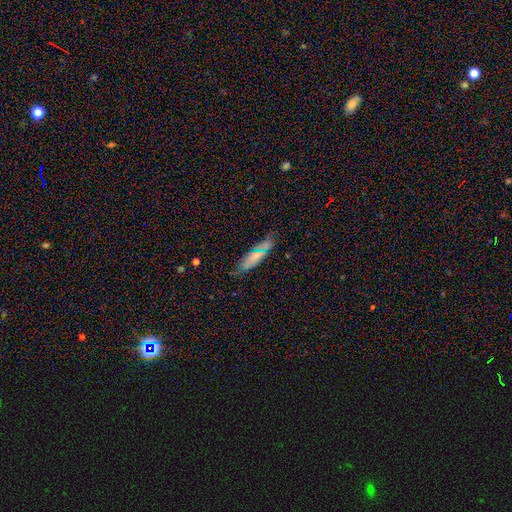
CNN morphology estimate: smooth-or-featured: smooth: 63% | featured or disk: 25% | star or artifact: 12%
  how-rounded: cigar-shaped: 59% | in between: 38% | round: 3%
  merging: none: 71% | minor disturbance: 21% | major disturbance: 5% | merger: 3%